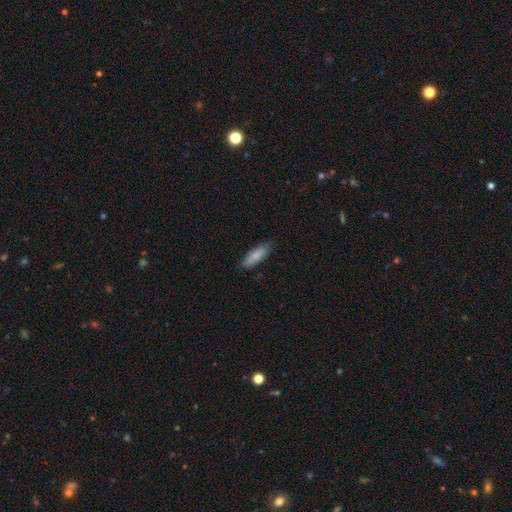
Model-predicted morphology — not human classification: smooth-or-featured: smooth: 83% | featured or disk: 11% | star or artifact: 6%
  how-rounded: in between: 53% | cigar-shaped: 46% | round: 2%
  merging: none: 80% | minor disturbance: 16% | major disturbance: 3% | merger: 1%